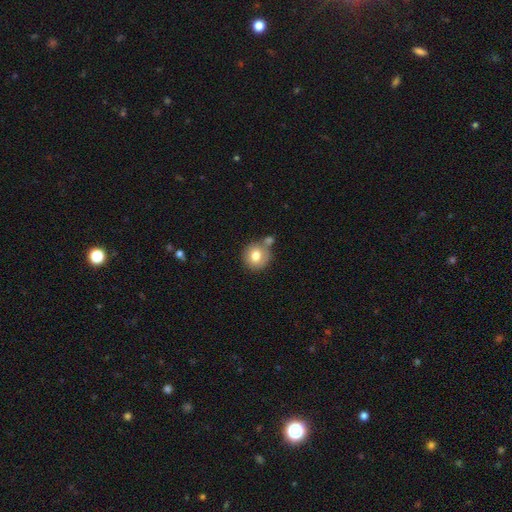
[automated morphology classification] This appears to be a smooth galaxy with no disk features (77%) that is round (87%). Merging: none (58%).